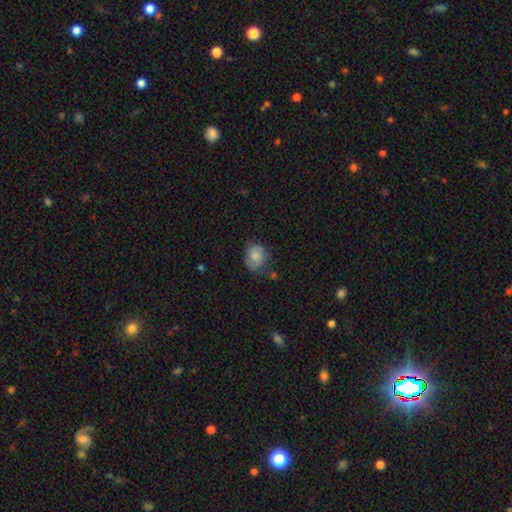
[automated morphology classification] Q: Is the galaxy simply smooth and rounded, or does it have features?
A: smooth — 75%.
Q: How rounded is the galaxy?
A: round — 64%.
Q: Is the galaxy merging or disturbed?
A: none — 61%.